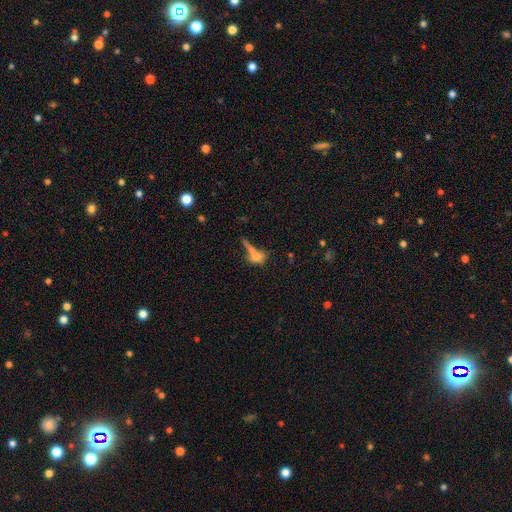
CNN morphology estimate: smooth 62%, featured or disk 23%, star or artifact 15%. Down the decision tree: how rounded — in between (57%); merging — merger (36%).